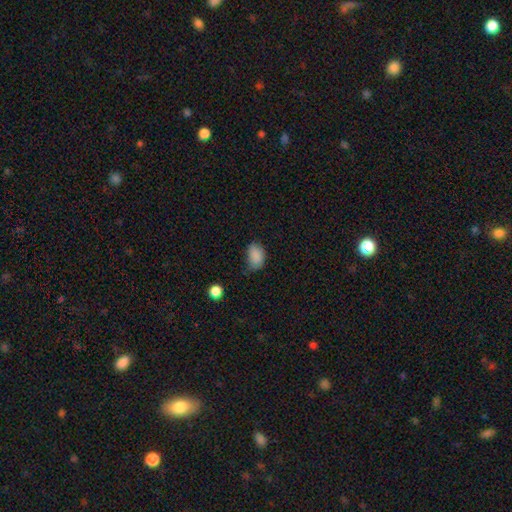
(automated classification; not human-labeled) smooth_or_featured: smooth (p=0.86) [alt: star or artifact p=0.10]
how_rounded: in between (p=0.84) [alt: round p=0.15]
merging: none (p=0.57) [alt: minor disturbance p=0.33]